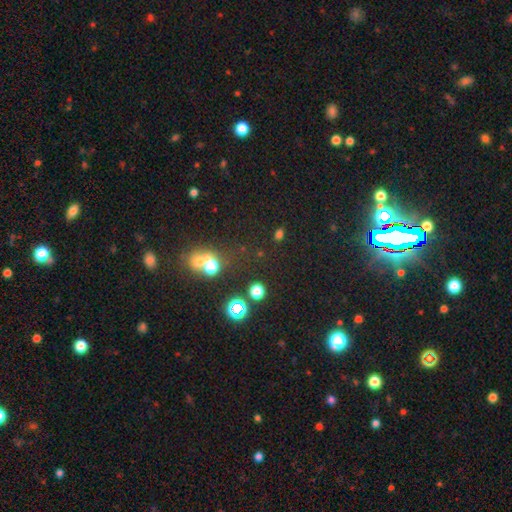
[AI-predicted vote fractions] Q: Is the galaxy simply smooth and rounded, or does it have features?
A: star or artifact — 60%.